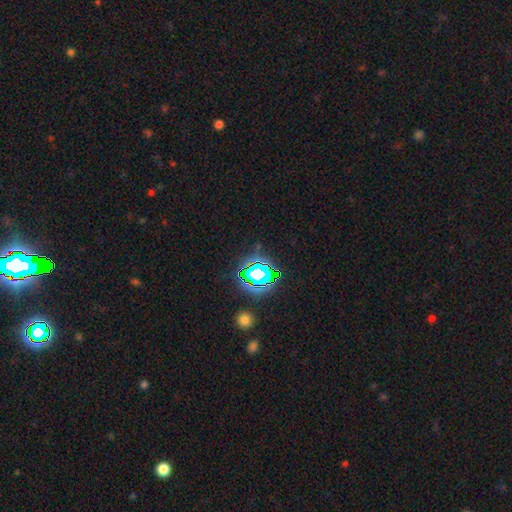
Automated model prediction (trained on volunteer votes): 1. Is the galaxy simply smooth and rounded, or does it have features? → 81% star or artifact, 12% smooth, 7% featured or disk.